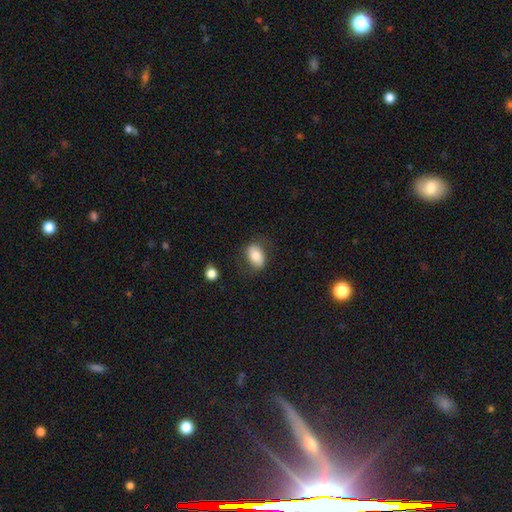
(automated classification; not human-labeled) Morphology: type=smooth (77%); roundness=in between (85%); merging=none (75%).